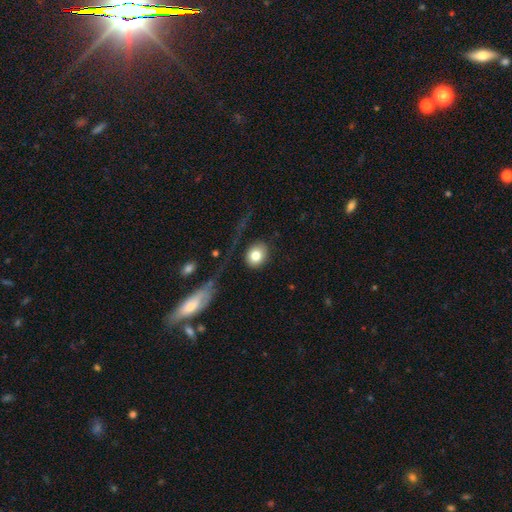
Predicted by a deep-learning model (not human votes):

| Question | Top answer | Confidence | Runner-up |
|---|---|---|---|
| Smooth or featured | smooth | 78% | featured or disk (14%) |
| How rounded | round | 68% | in between (31%) |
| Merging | none | 68% | major disturbance (15%) |